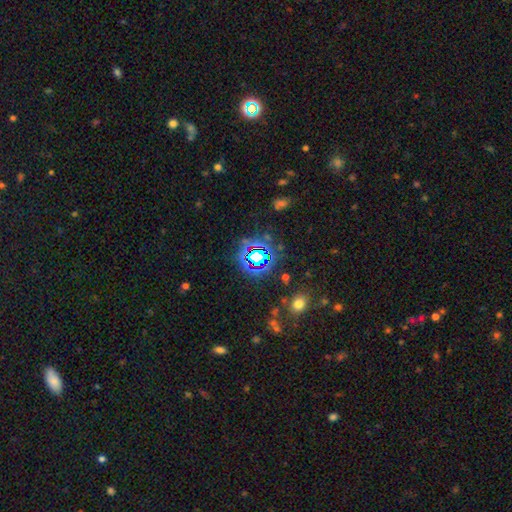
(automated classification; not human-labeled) Smooth or featured?
  - star or artifact: 74% *
  - smooth: 17%
  - featured or disk: 10%